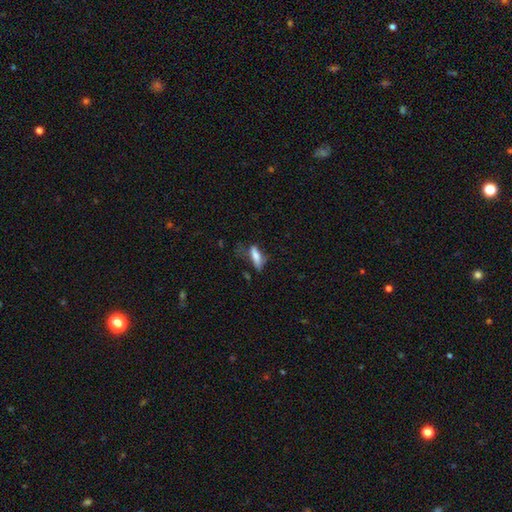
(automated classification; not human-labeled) smooth_or_featured: smooth (p=0.75) [alt: featured or disk p=0.17]
how_rounded: cigar-shaped (p=0.50) [alt: in between p=0.48]
merging: none (p=0.46) [alt: minor disturbance p=0.31]